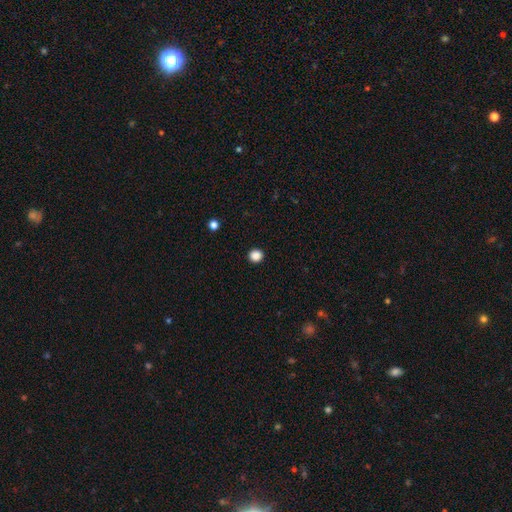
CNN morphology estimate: smooth_or_featured: smooth (p=0.87) [alt: star or artifact p=0.10]
how_rounded: round (p=0.90) [alt: in between p=0.09]
merging: none (p=0.93) [alt: minor disturbance p=0.04]